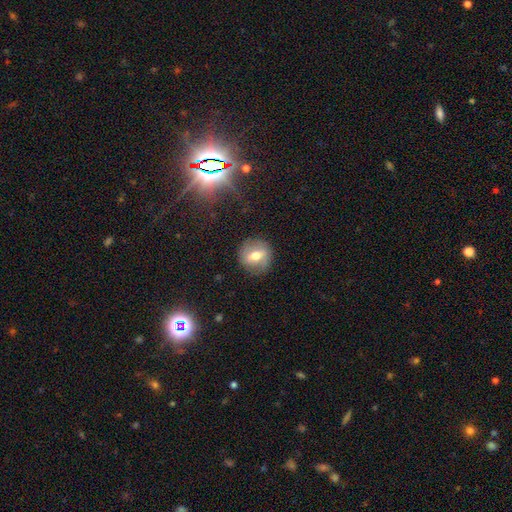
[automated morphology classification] This is possibly a smooth galaxy (51%). How rounded: clearly round (84%). Merging: clearly none (84%).